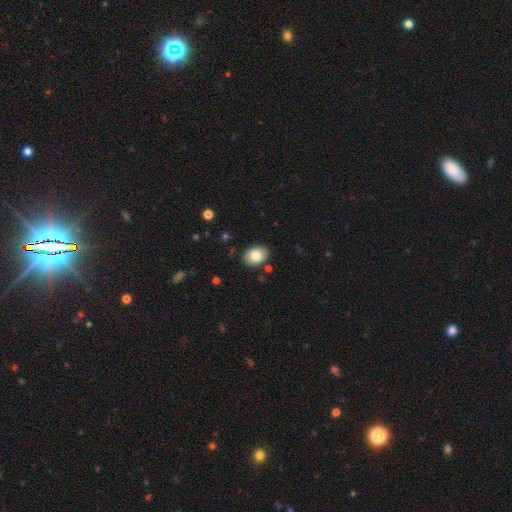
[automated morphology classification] smooth-or-featured: smooth: 81% | featured or disk: 11% | star or artifact: 8%
  how-rounded: in between: 75% | round: 24% | cigar-shaped: 1%
  merging: none: 86% | minor disturbance: 10% | merger: 2% | major disturbance: 2%